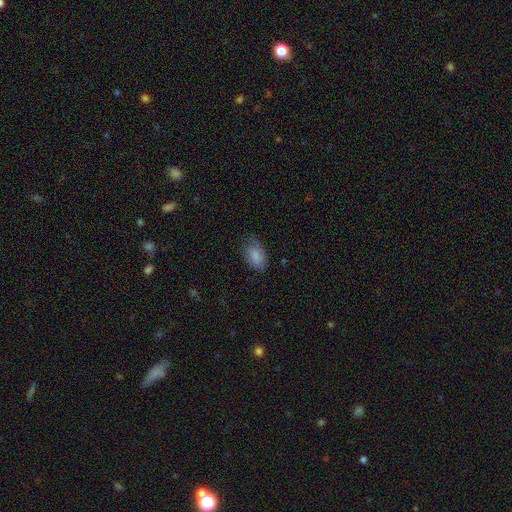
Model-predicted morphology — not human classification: This appears to be a smooth galaxy with no disk features (81%) that is in between round and cigar-shaped (90%). Merging: none (66%).